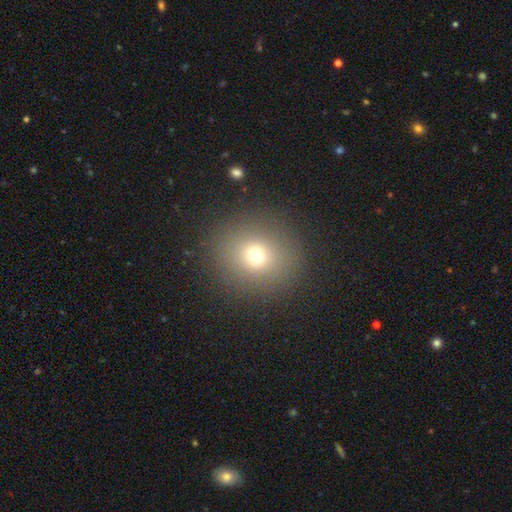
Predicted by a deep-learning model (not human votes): This is likely a smooth galaxy (70%). How rounded: clearly round (88%). Merging: clearly none (89%).